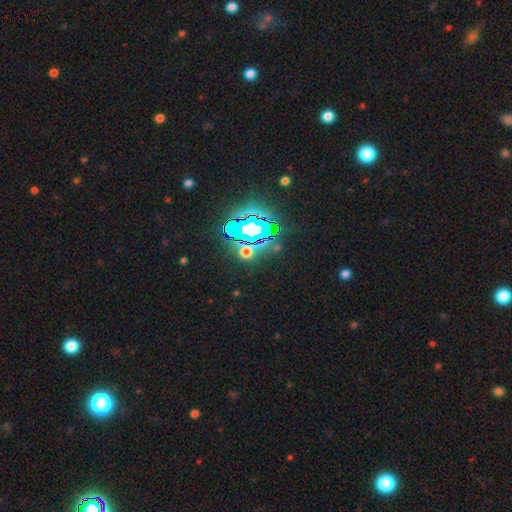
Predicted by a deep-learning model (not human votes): Smooth or featured: star or artifact — 81% (smooth — 11%)